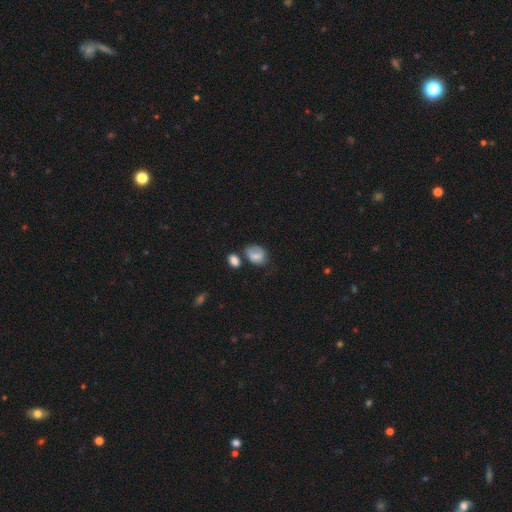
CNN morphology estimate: This is likely a smooth galaxy (76%). How rounded: likely in between (65%). Merging: possibly none (45%).